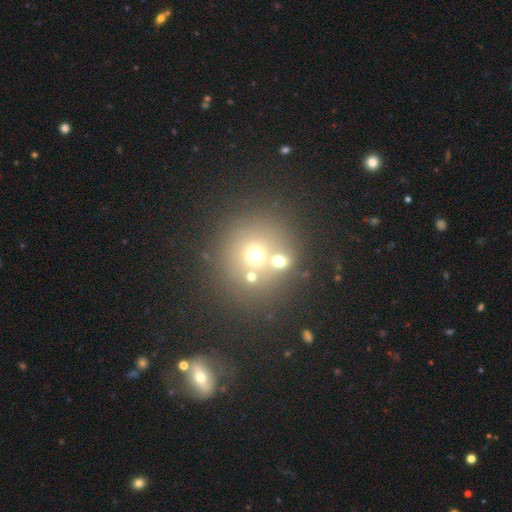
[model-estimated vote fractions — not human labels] This appears to be a smooth galaxy with no disk features (60%) that is round (86%). Merging: none (57%).